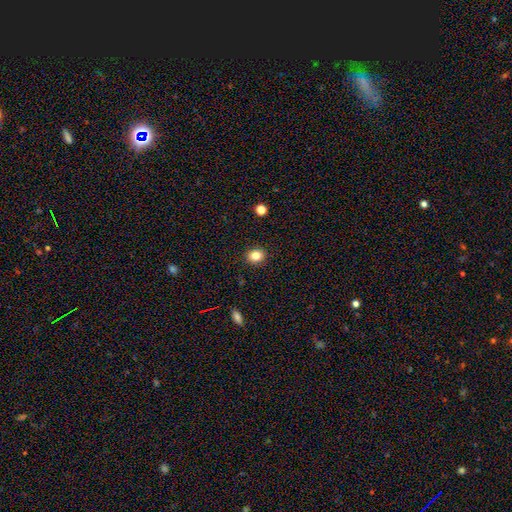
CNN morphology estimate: Smooth or featured? Predicted: smooth (p=0.83). How rounded? Predicted: round (p=0.71). Merging? Predicted: none (p=0.91).